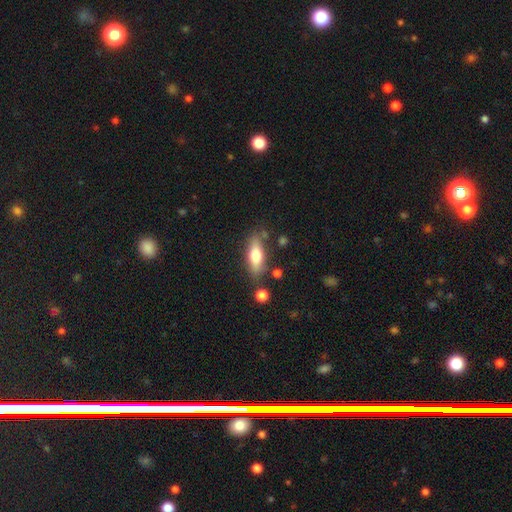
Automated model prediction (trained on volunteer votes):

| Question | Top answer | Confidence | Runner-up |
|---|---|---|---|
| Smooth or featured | smooth | 64% | featured or disk (29%) |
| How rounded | in between | 63% | cigar-shaped (34%) |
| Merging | none | 74% | minor disturbance (16%) |